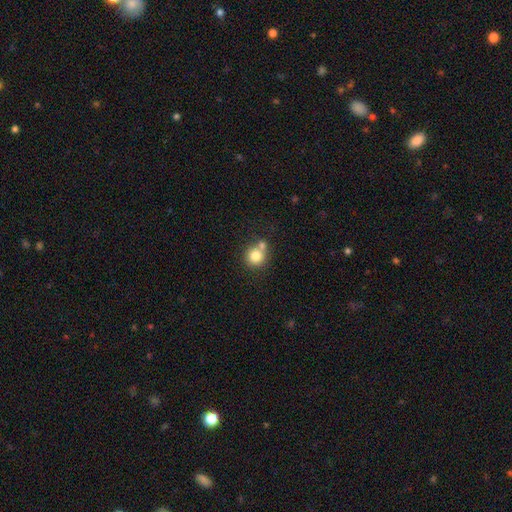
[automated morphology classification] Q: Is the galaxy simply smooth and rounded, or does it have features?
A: smooth — 79%.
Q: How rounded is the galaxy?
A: round — 89%.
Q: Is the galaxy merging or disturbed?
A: none — 52%.